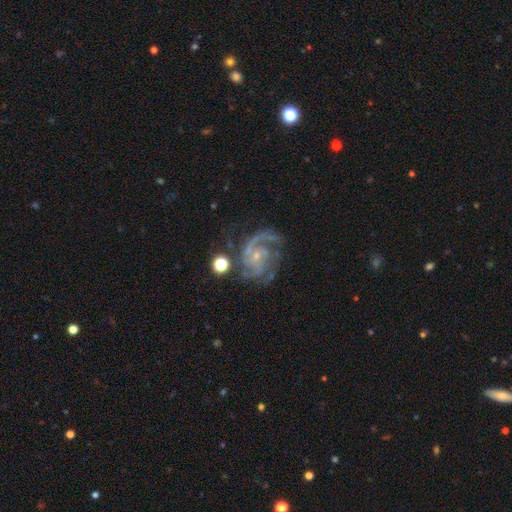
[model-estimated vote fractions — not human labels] The model was most divided on "spiral winding": medium: 47%, tight: 43%, loose: 10%. Remaining: edge-on disk — no (98%); spiral arms — yes (98%); smooth or featured — featured or disk (90%); bulge size — small (78%); bar — no (66%); merging — none (63%); spiral arm count — 2 (40%).